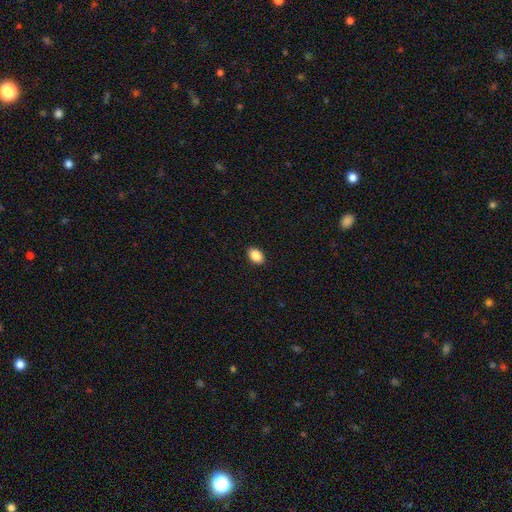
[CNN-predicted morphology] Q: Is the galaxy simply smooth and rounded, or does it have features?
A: smooth — 89%.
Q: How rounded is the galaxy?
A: in between — 86%.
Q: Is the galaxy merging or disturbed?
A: none — 90%.